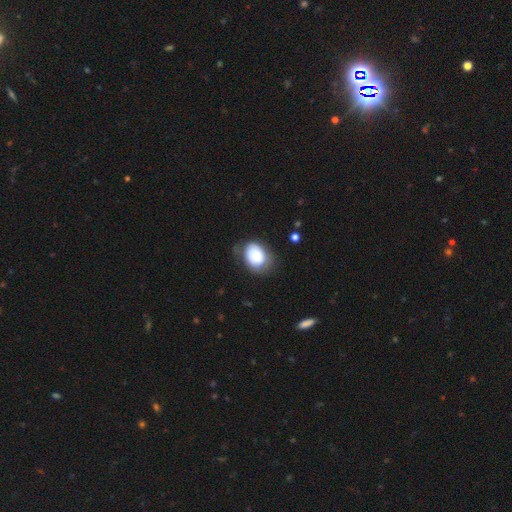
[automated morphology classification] Smooth or featured?
  - smooth: 75% *
  - featured or disk: 17%
  - star or artifact: 8%
How rounded?
  - in between: 63% *
  - round: 36%
  - cigar-shaped: 1%
Merging?
  - none: 57% *
  - minor disturbance: 28%
  - major disturbance: 12%
  - merger: 2%